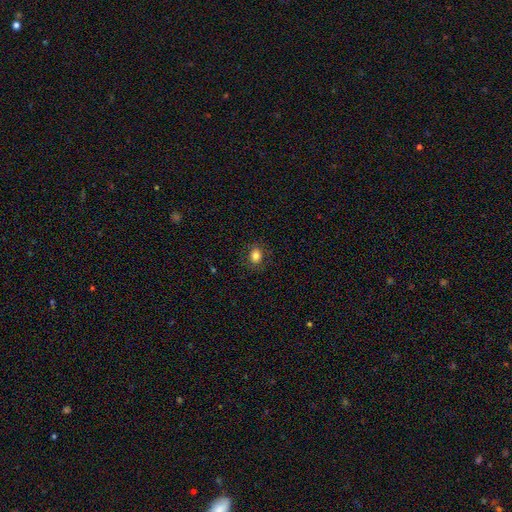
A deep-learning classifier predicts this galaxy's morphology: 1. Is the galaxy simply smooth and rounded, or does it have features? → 81% smooth, 11% star or artifact, 8% featured or disk.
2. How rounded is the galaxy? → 54% round, 45% in between, 1% cigar-shaped.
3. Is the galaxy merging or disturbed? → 85% none, 10% minor disturbance, 4% major disturbance, 1% merger.